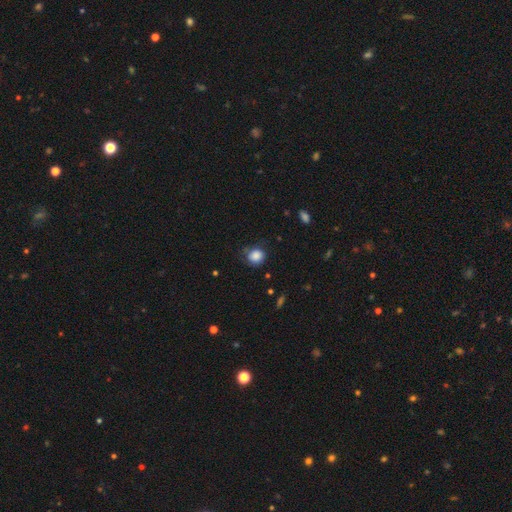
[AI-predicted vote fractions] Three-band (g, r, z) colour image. It shows a smooth galaxy with no disk features (85%) that is round (82%). Merging: none (67%).